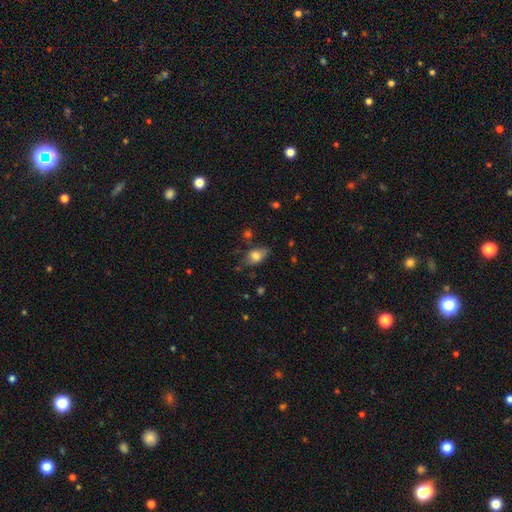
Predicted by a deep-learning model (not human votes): This appears to be a smooth galaxy with no disk features (77%) that is in between round and cigar-shaped (83%). Merging: none (63%).